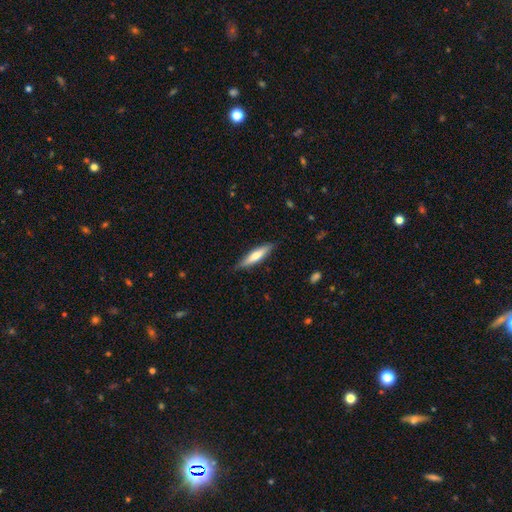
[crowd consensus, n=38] smooth 63%, featured or disk 34%, star or artifact 3%. Down the decision tree: how rounded — cigar-shaped (92%); merging — none (89%).